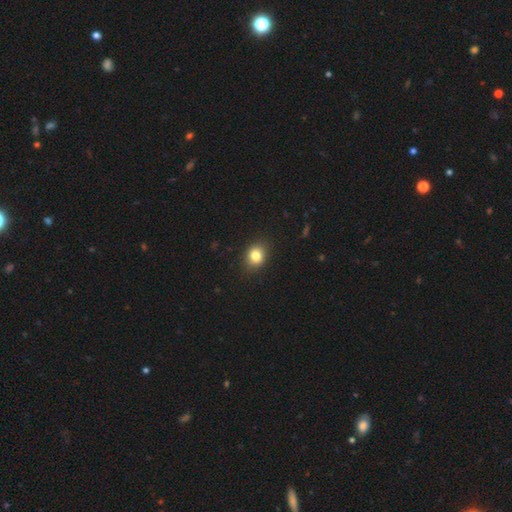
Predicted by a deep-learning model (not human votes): smooth-or-featured: smooth: 82% | star or artifact: 11% | featured or disk: 7%
  how-rounded: round: 57% | in between: 42% | cigar-shaped: 1%
  merging: none: 88% | minor disturbance: 9% | major disturbance: 2% | merger: 1%